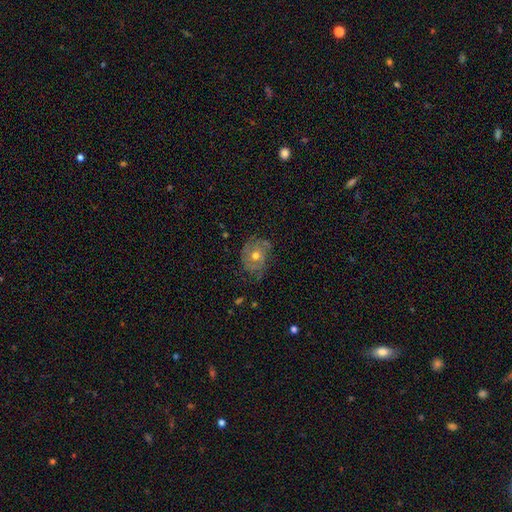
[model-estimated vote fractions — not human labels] smooth_or_featured: featured or disk (p=0.65) [alt: smooth p=0.26]
disk_edge_on: no (p=0.96) [alt: yes p=0.04]
bar: no (p=0.83) [alt: weak p=0.14]
has_spiral_arms: yes (p=0.71) [alt: no p=0.29]
bulge_size: moderate (p=0.75) [alt: small p=0.19]
merging: none (p=0.62) [alt: minor disturbance p=0.25]